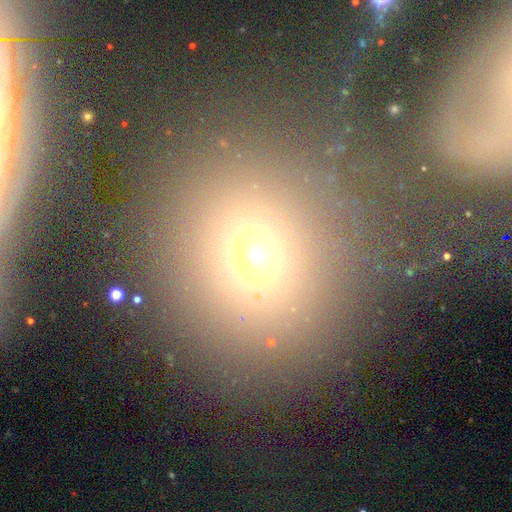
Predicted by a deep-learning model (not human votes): A smooth galaxy with no disk features (66%) that is round (82%). Merging: none (71%).